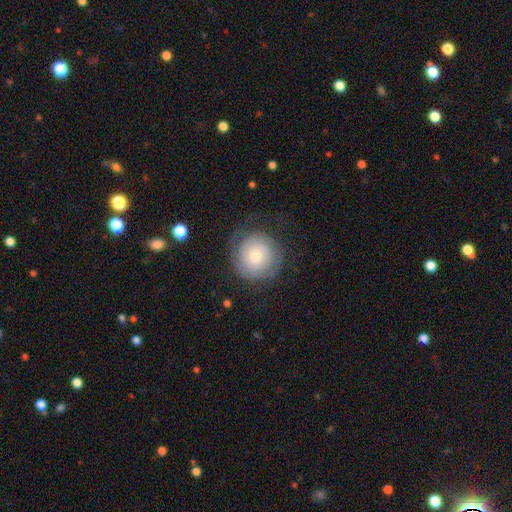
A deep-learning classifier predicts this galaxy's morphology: A smooth galaxy with no disk features (47%).

Vote fractions:
- Smooth or featured? smooth: 47% / featured or disk: 45% / star or artifact: 8%
- Merging? none: 69% / minor disturbance: 18% / major disturbance: 11% / merger: 1%